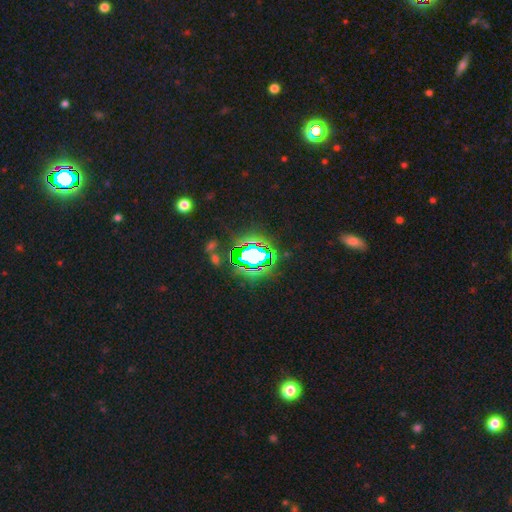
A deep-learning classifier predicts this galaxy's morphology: Smooth or featured?
  - star or artifact: 71% *
  - smooth: 15%
  - featured or disk: 13%